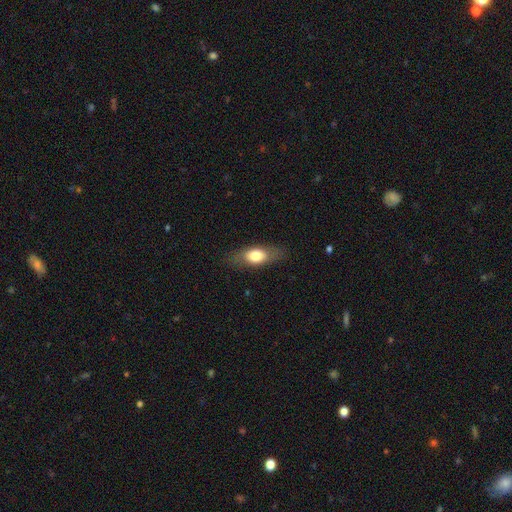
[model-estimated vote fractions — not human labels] Overall: smooth (67%). How rounded: in between (73%). Merging: none (80%).